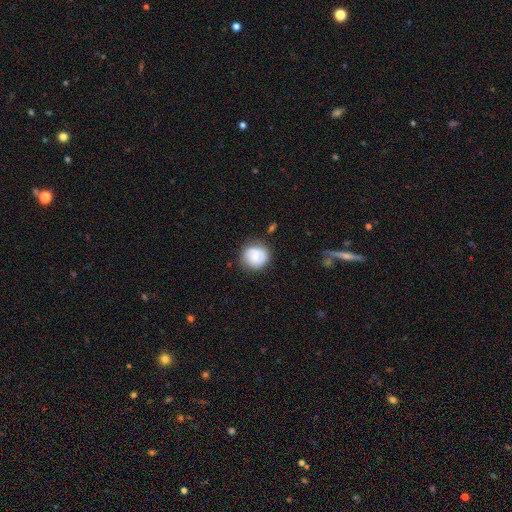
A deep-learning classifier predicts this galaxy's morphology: type=smooth (63%); roundness=round (88%); merging=none (76%).